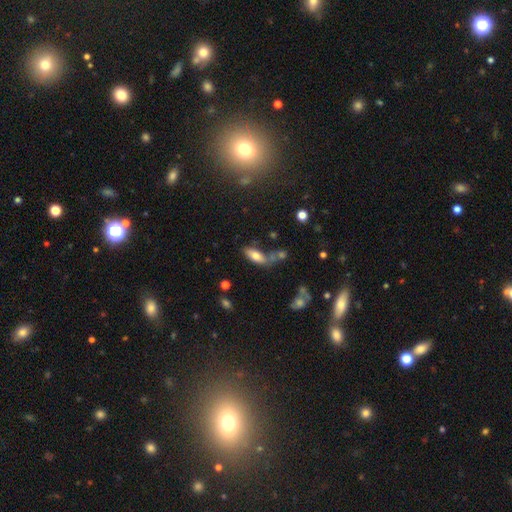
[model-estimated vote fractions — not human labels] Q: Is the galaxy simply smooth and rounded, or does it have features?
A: smooth — 74%.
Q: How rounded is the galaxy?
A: in between — 77%.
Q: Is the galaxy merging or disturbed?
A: none — 46%.